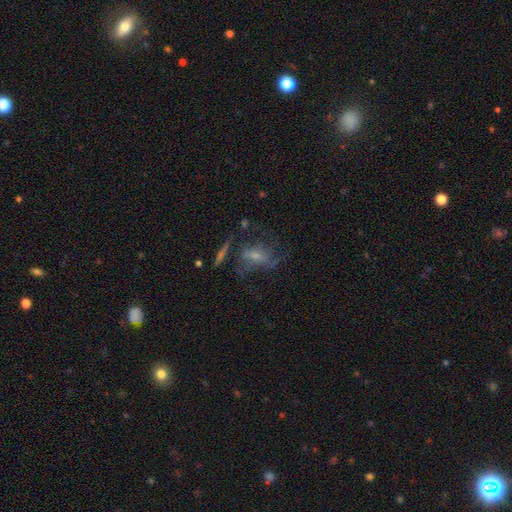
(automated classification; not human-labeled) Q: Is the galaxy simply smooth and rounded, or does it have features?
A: featured or disk — 54%.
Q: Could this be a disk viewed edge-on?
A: no — 91%.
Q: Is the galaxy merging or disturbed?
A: none — 43%.